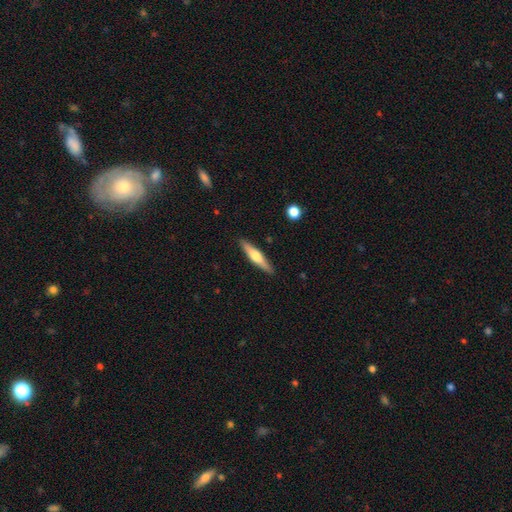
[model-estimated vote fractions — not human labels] Smooth or featured: featured or disk — 50% (smooth — 44%)
Edge-on disk: yes — 95% (no — 5%)
Merging: none — 89% (minor disturbance — 8%)